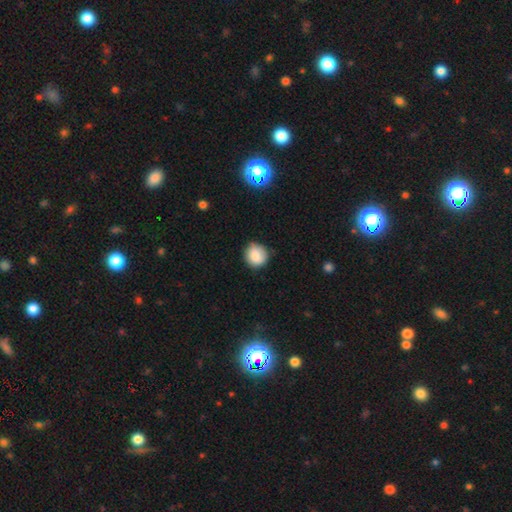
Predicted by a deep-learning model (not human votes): Smooth or featured: smooth — 85% (star or artifact — 9%)
How rounded: round — 89% (in between — 10%)
Merging: none — 80% (minor disturbance — 16%)